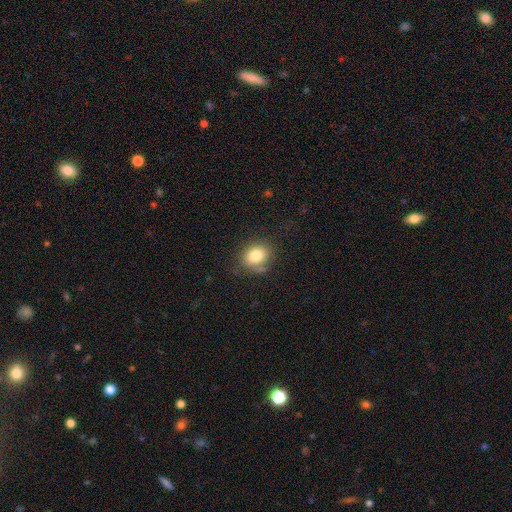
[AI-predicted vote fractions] Smooth or featured? smooth (80%)
How rounded? in between (51%)
Merging? none (73%)